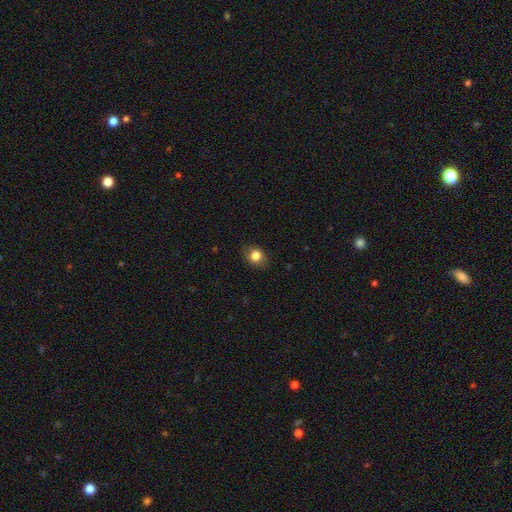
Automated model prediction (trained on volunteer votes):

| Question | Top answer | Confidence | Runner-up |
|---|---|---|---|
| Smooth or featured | smooth | 83% | star or artifact (10%) |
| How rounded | round | 65% | in between (34%) |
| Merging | none | 82% | minor disturbance (14%) |